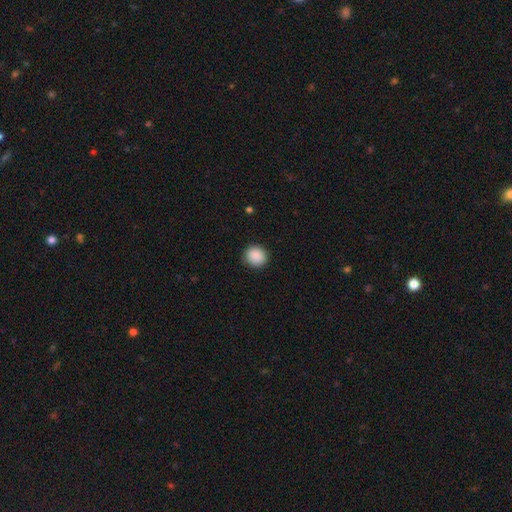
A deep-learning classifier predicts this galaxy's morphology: smooth 89%, star or artifact 8%, featured or disk 3%. Down the decision tree: how rounded — round (89%); merging — none (90%).